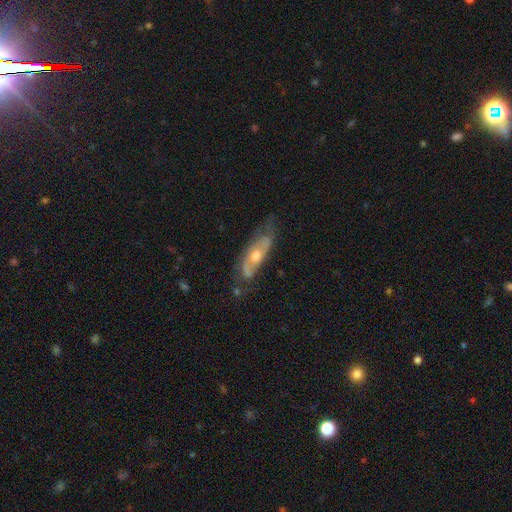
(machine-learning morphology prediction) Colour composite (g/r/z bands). It shows a featured or disk galaxy (72%) with no bar (71%), spiral arms (73%) and a moderate central bulge (67%). Merging: none (63%).